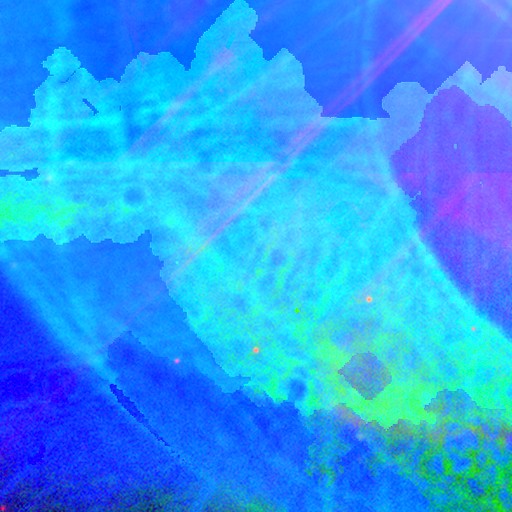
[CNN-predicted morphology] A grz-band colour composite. It shows a star or artifact, not a galaxy (83%).